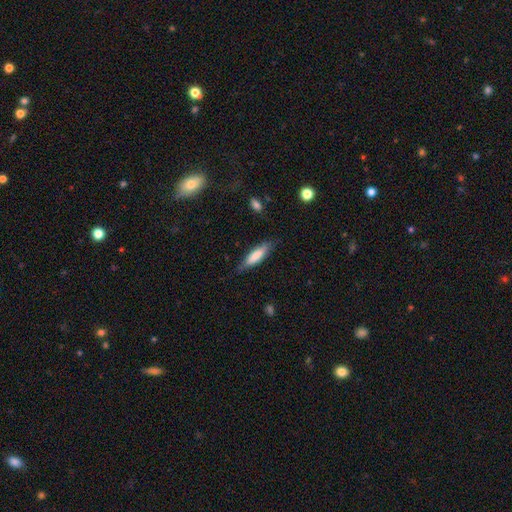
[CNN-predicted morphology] Q: Smooth or featured?
A: smooth (76%); runner-up: featured or disk (19%)
Q: How rounded?
A: cigar-shaped (65%); runner-up: in between (34%)
Q: Merging?
A: none (79%); runner-up: minor disturbance (17%)